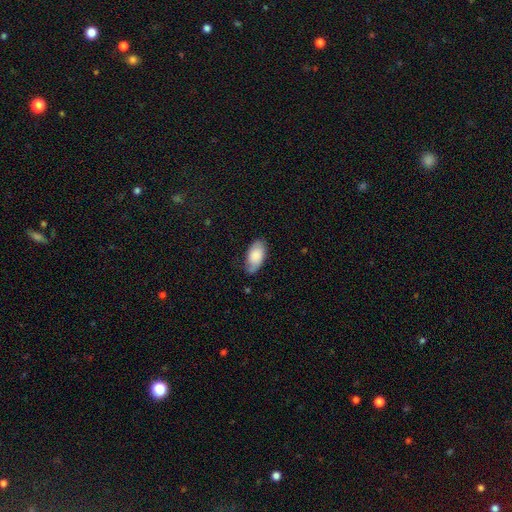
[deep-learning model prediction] Smooth or featured: smooth — 76% (featured or disk — 18%)
How rounded: in between — 94% (cigar-shaped — 3%)
Merging: none — 70% (minor disturbance — 23%)